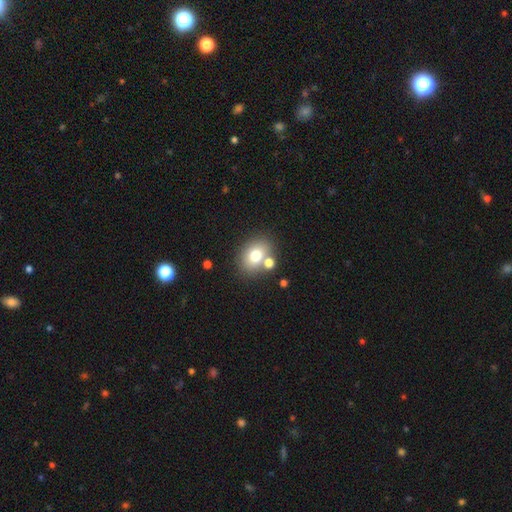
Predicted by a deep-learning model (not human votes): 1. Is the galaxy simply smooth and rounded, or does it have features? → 73% smooth, 15% featured or disk, 12% star or artifact.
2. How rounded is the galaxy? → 56% in between, 43% round, 1% cigar-shaped.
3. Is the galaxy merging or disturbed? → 68% none, 17% merger, 11% minor disturbance, 4% major disturbance.